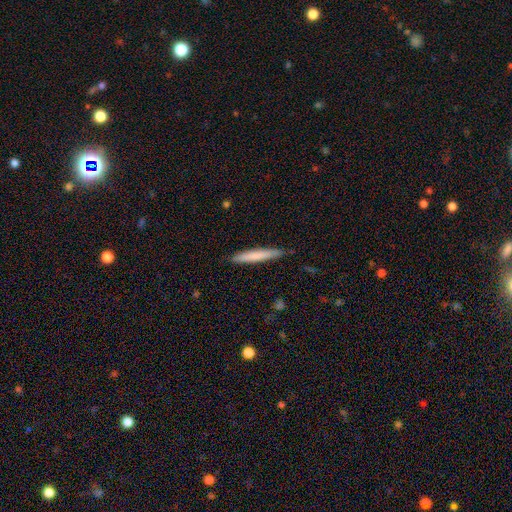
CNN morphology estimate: Q: Smooth or featured?
A: smooth (74%); runner-up: featured or disk (20%)
Q: How rounded?
A: cigar-shaped (95%); runner-up: in between (4%)
Q: Merging?
A: none (85%); runner-up: minor disturbance (12%)